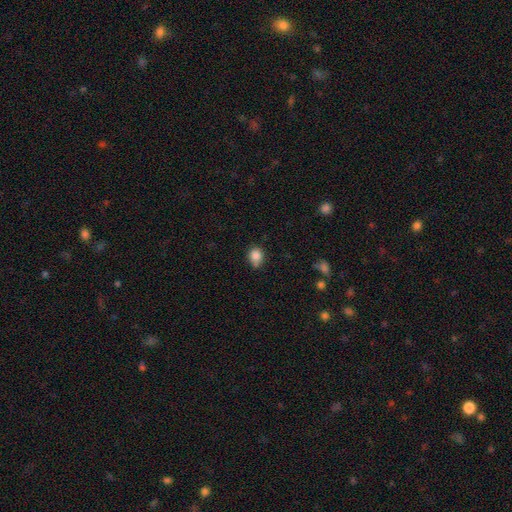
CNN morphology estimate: Smooth or featured: smooth — 83% (star or artifact — 10%)
How rounded: round — 64% (in between — 35%)
Merging: none — 58% (minor disturbance — 29%)